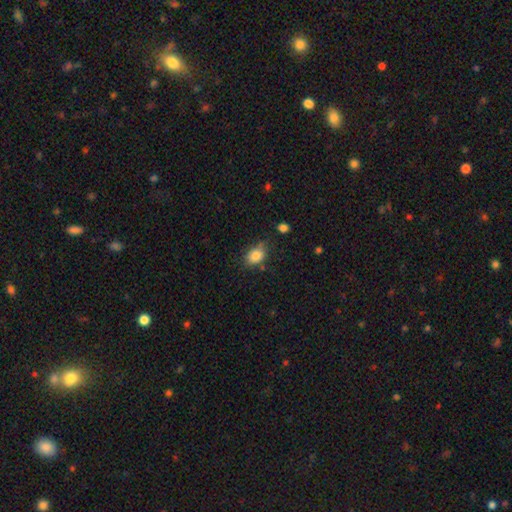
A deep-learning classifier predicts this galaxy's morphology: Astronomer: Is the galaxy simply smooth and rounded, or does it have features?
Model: smooth — 84%.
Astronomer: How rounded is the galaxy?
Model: in between — 71%.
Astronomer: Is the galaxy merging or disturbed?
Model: none — 69%.